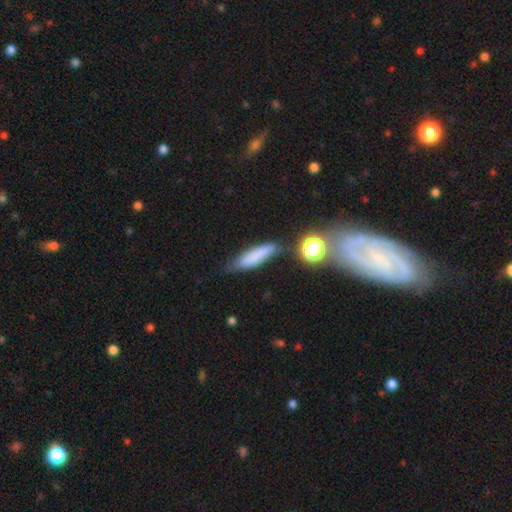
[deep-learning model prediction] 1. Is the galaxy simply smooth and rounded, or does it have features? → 77% smooth, 14% featured or disk, 10% star or artifact.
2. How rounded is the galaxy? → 74% cigar-shaped, 23% in between, 3% round.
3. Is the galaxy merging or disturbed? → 69% none, 19% minor disturbance, 6% merger, 6% major disturbance.